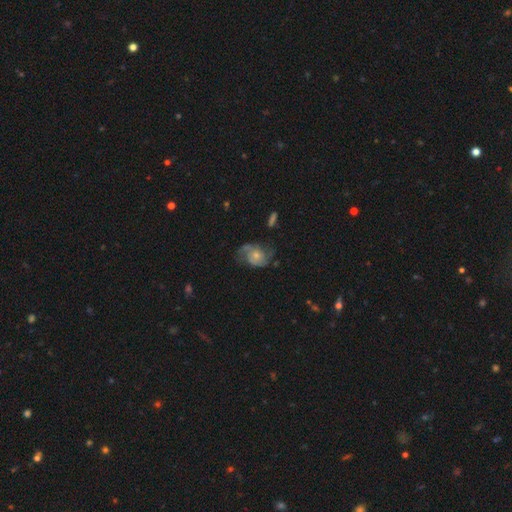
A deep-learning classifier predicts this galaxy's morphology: A featured or disk galaxy (73%) with no bar (76%), 2 (77%) medium (43%) spiral arms (90%) and a small central bulge (48%). Merging: none (56%).